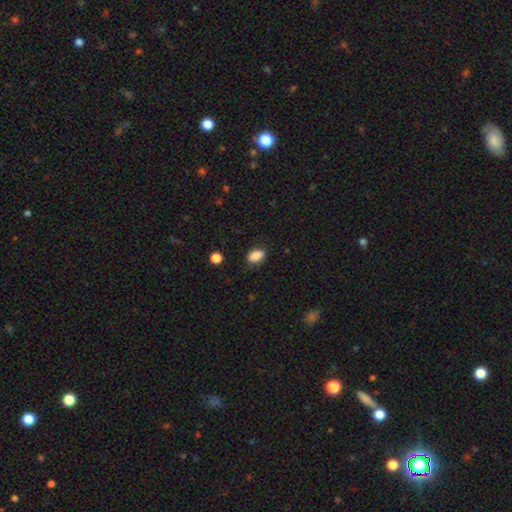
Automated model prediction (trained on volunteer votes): smooth_or_featured: smooth (p=0.87) [alt: star or artifact p=0.09]
how_rounded: in between (p=0.86) [alt: round p=0.12]
merging: none (p=0.83) [alt: minor disturbance p=0.13]